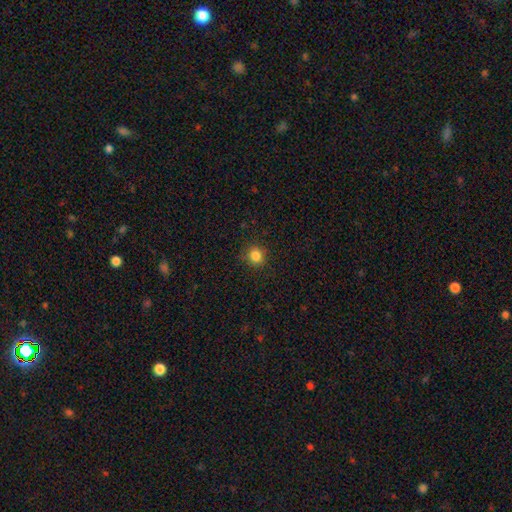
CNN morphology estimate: A smooth galaxy with no disk features (84%) that is round (88%). Merging: none (88%).